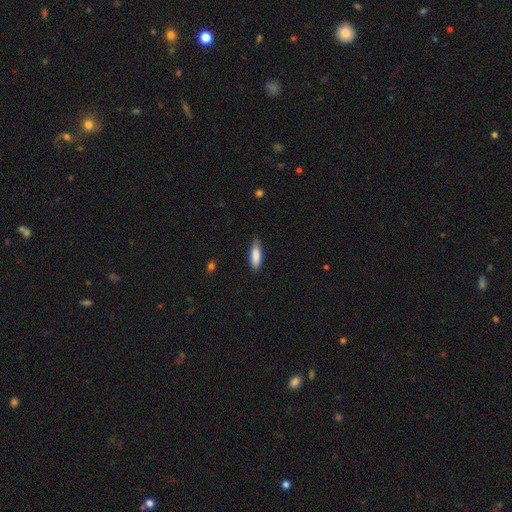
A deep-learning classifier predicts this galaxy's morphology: smooth-or-featured: smooth: 86% | featured or disk: 8% | star or artifact: 6%
  how-rounded: in between: 53% | cigar-shaped: 45% | round: 2%
  merging: none: 79% | minor disturbance: 17% | major disturbance: 3% | merger: 1%